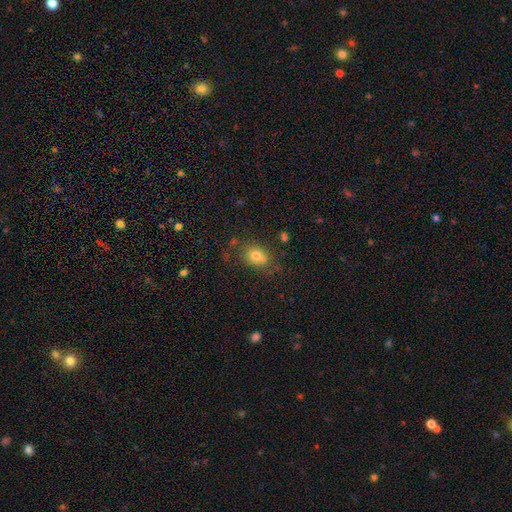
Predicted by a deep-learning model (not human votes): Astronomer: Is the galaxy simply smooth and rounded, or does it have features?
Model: smooth — 74%.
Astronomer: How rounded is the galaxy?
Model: round — 56% (runner-up: in between, 43%).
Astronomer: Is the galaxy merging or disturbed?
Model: none — 61%.